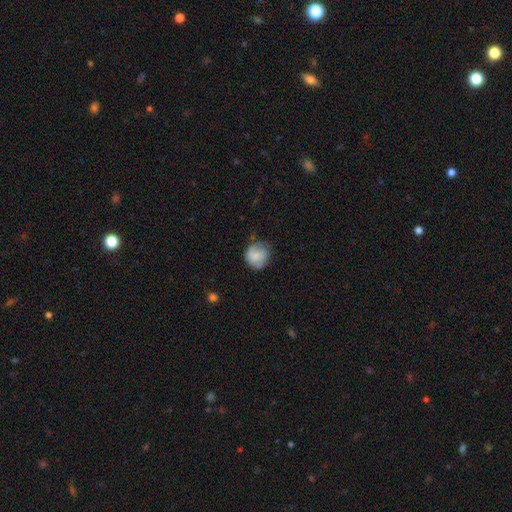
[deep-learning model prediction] Smooth or featured?
  - smooth: 66% *
  - featured or disk: 26%
  - star or artifact: 8%
How rounded?
  - round: 77% *
  - in between: 22%
  - cigar-shaped: 1%
Merging?
  - none: 55% *
  - minor disturbance: 29%
  - major disturbance: 14%
  - merger: 2%